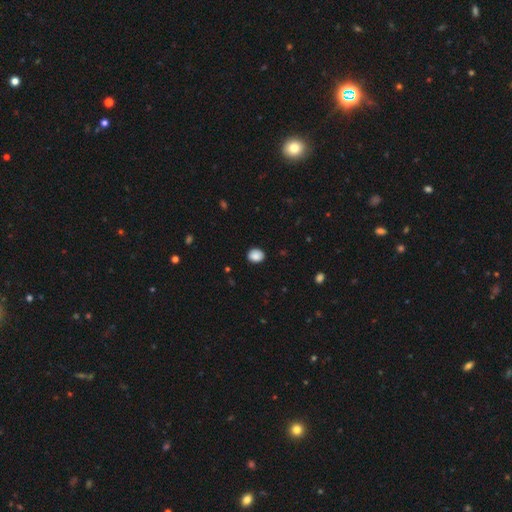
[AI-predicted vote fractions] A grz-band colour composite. It shows a smooth galaxy with no disk features (88%) that is round (54%). Merging: none (88%).